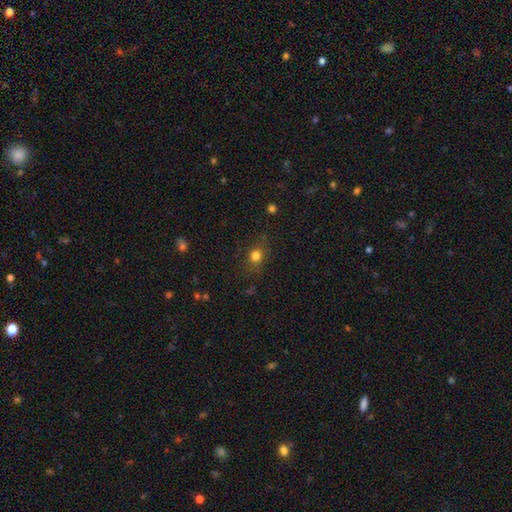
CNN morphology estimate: Overall: smooth (78%). How rounded: round (71%). Merging: none (79%).